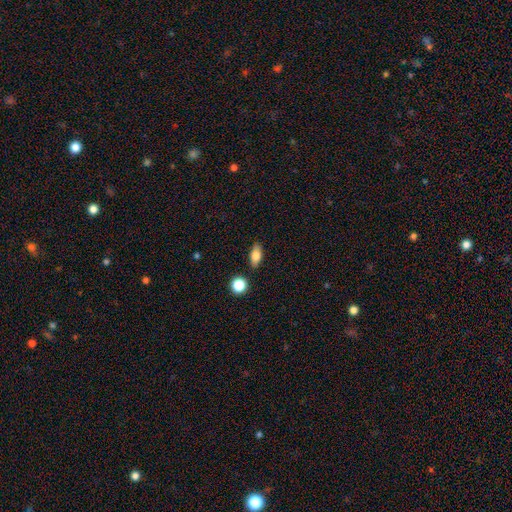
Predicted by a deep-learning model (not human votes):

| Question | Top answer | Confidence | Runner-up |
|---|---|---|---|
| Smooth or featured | smooth | 77% | featured or disk (14%) |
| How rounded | in between | 80% | cigar-shaped (12%) |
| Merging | none | 85% | minor disturbance (10%) |